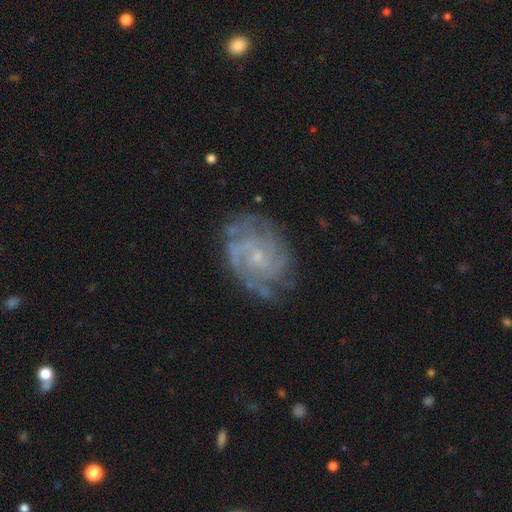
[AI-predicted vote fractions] This is clearly a featured or disk galaxy (85%). It is clearly not viewed edge-on (98%). Bar: likely no (69%). Spiral arm pattern: clearly yes (95%). Spiral arm count: marginally can't tell (29%, tied with 2). Spiral winding: possibly tight (57%). Central bulge: likely small (79%). Merging: likely none (71%).